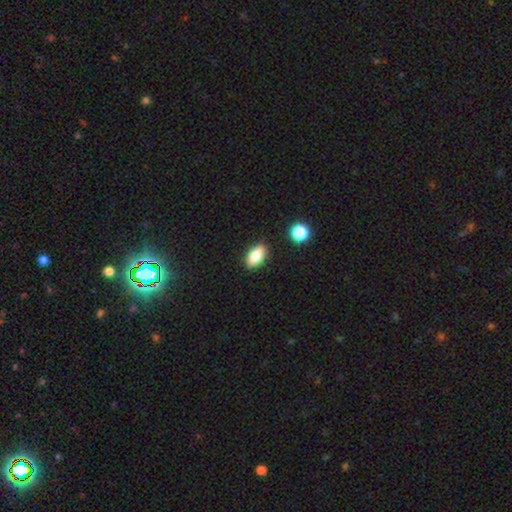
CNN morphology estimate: A smooth galaxy with no disk features (77%) that is in between round and cigar-shaped (85%). Merging: none (87%).